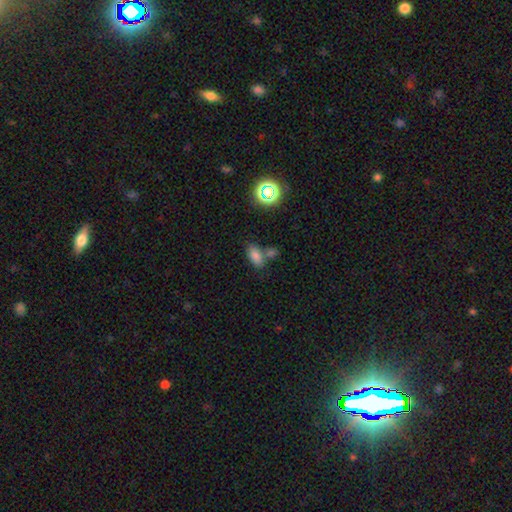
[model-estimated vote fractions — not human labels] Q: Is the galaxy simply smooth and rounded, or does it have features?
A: smooth — 75%.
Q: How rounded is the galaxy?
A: in between — 87%.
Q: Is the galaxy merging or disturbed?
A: none — 56%.